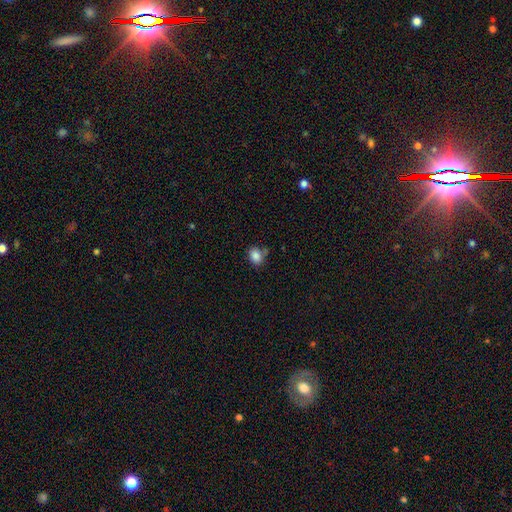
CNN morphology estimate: Smooth or featured?
  - smooth: 85% *
  - star or artifact: 10%
  - featured or disk: 5%
How rounded?
  - in between: 56% *
  - round: 43%
  - cigar-shaped: 1%
Merging?
  - none: 62% *
  - minor disturbance: 21%
  - merger: 11%
  - major disturbance: 6%